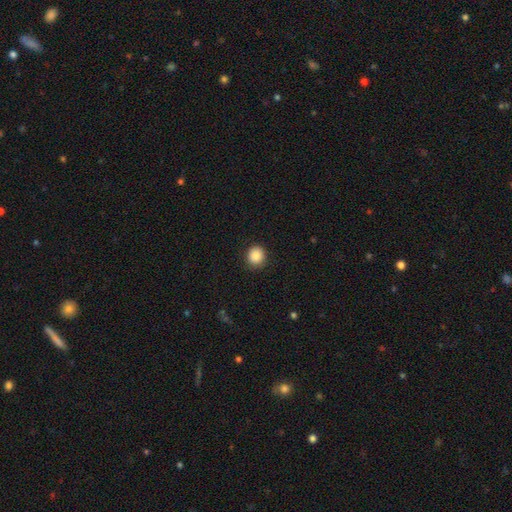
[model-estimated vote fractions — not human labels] This appears to be a smooth galaxy with no disk features (88%) that is round (89%). Merging: none (90%).